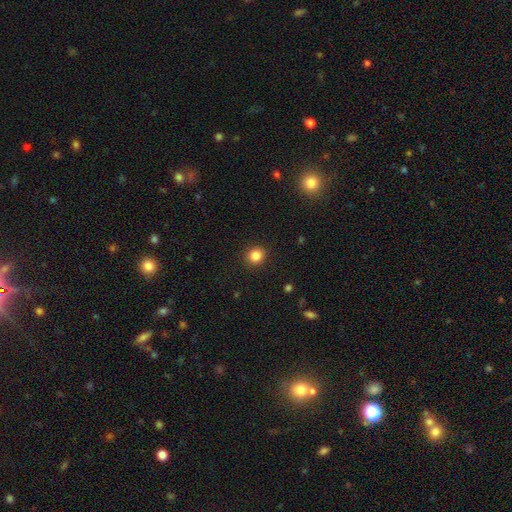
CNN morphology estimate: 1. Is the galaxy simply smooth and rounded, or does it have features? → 84% smooth, 11% star or artifact, 4% featured or disk.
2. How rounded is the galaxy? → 84% round, 15% in between, 1% cigar-shaped.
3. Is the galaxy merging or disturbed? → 90% none, 6% minor disturbance, 2% major disturbance, 1% merger.